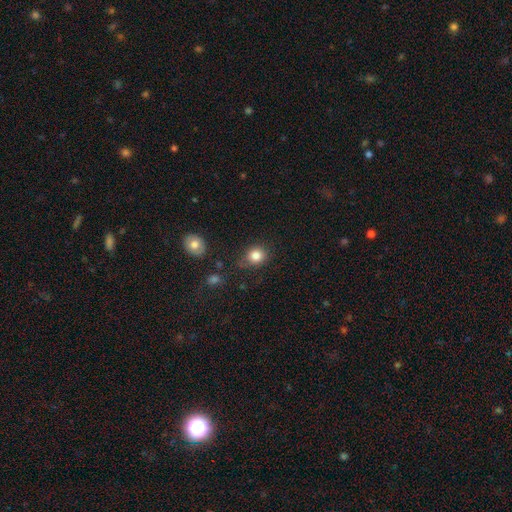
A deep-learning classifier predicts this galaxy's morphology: type=smooth (84%); roundness=round (76%); merging=none (74%).